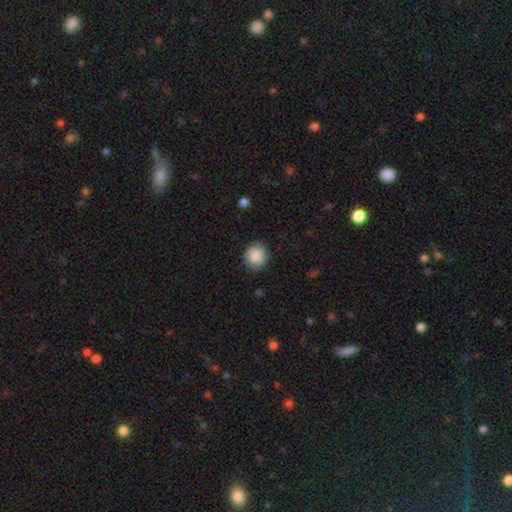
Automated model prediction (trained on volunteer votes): Smooth or featured: smooth — 88% (star or artifact — 8%)
How rounded: round — 84% (in between — 15%)
Merging: none — 85% (minor disturbance — 11%)